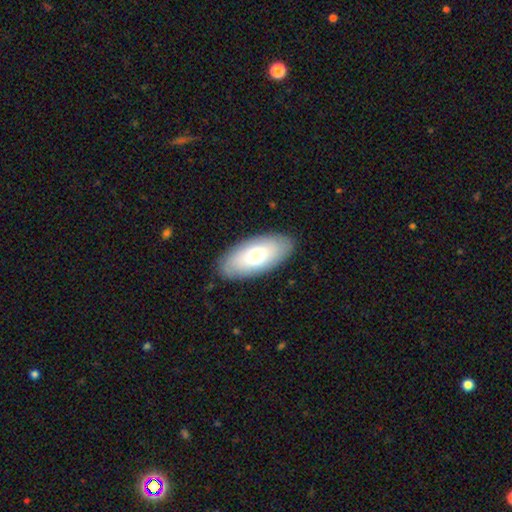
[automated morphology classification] Q: Smooth or featured?
A: smooth (67%); runner-up: featured or disk (27%)
Q: How rounded?
A: in between (90%); runner-up: cigar-shaped (7%)
Q: Merging?
A: none (87%); runner-up: minor disturbance (10%)